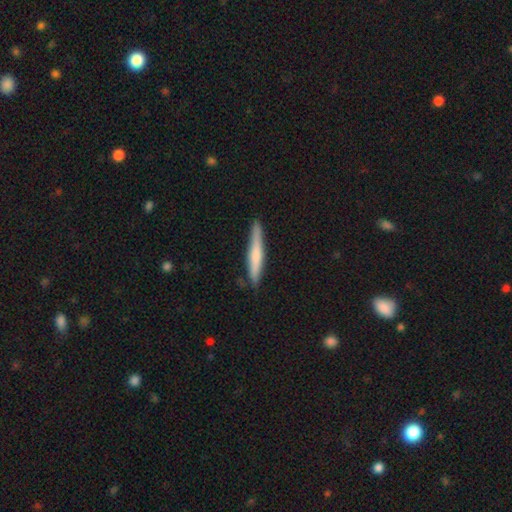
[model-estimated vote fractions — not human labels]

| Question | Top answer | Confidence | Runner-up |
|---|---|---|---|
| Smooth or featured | smooth | 60% | featured or disk (35%) |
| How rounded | cigar-shaped | 94% | in between (4%) |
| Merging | none | 86% | minor disturbance (11%) |